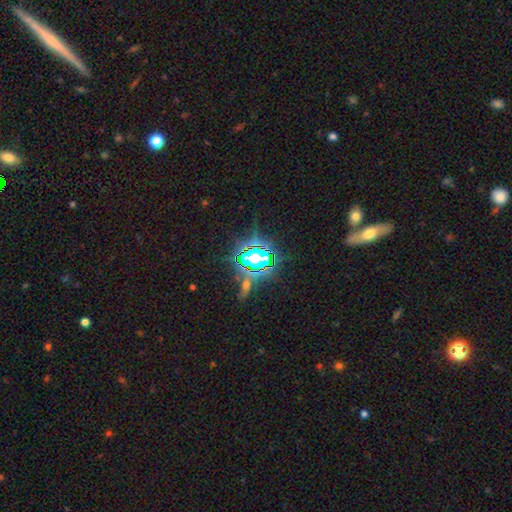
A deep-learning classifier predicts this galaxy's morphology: Smooth or featured: star or artifact — 72% (smooth — 16%)